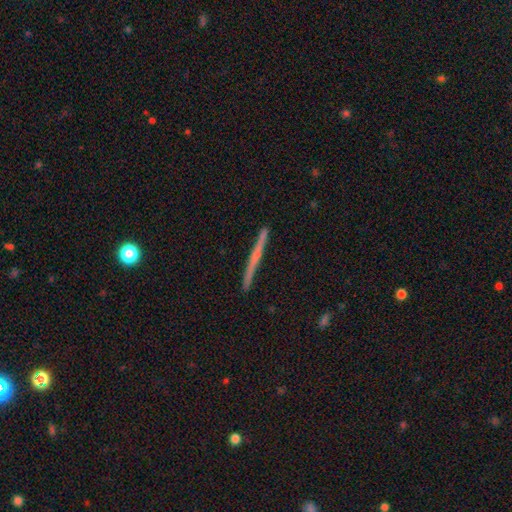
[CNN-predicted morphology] This appears to be a featured or disk galaxy (55%) viewed edge-on (98%) with no central bulge (82%). Merging: none (91%).